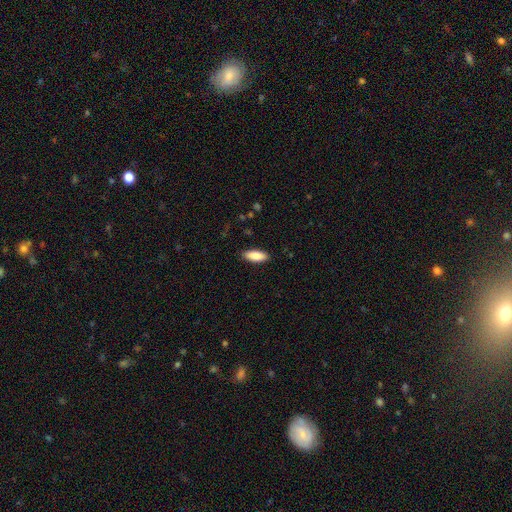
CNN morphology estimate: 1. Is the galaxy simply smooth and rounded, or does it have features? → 87% smooth, 7% featured or disk, 6% star or artifact.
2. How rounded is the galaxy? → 75% in between, 23% cigar-shaped, 2% round.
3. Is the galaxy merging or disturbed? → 89% none, 9% minor disturbance, 2% major disturbance, 1% merger.